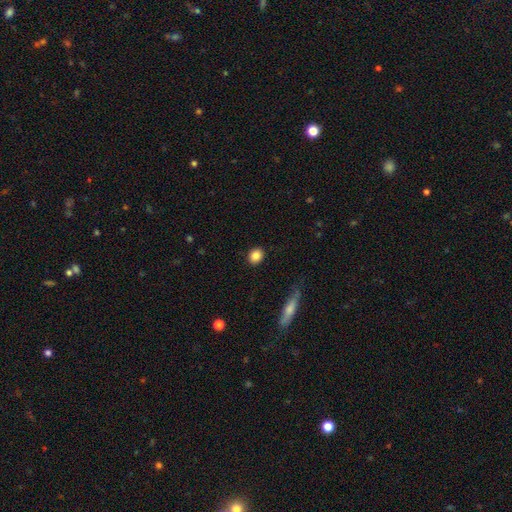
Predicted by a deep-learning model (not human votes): Smooth or featured? smooth (85%)
How rounded? round (71%)
Merging? none (90%)